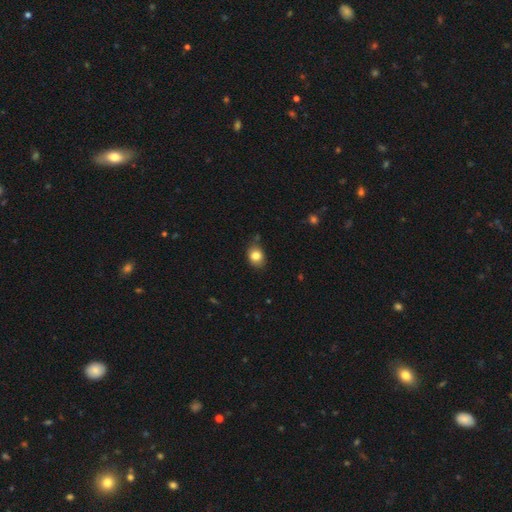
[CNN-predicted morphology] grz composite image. It shows a smooth galaxy with no disk features (83%) that is round (50%). Merging: none (77%).